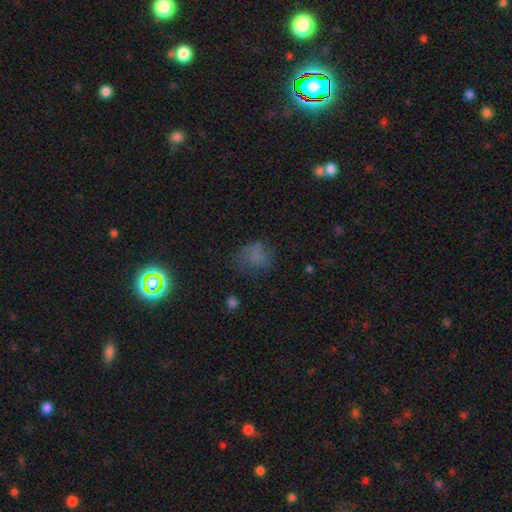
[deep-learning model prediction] Q: Smooth or featured?
A: smooth (64%); runner-up: star or artifact (20%)
Q: How rounded?
A: round (53%); runner-up: in between (46%)
Q: Merging?
A: none (50%); runner-up: minor disturbance (26%)